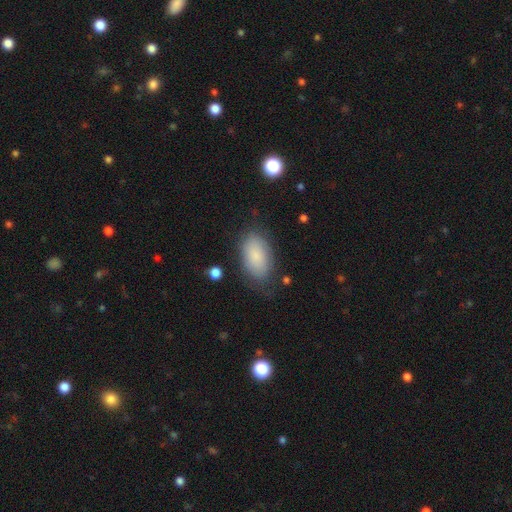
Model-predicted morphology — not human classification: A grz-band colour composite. It shows a smooth galaxy with no disk features (83%) that is in between round and cigar-shaped (94%). Merging: none (75%).